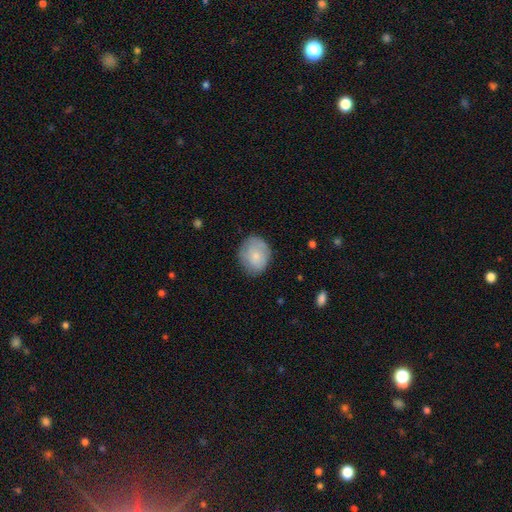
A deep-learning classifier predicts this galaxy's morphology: This appears to be a smooth galaxy with no disk features (76%) that is round (53%). Merging: none (72%).